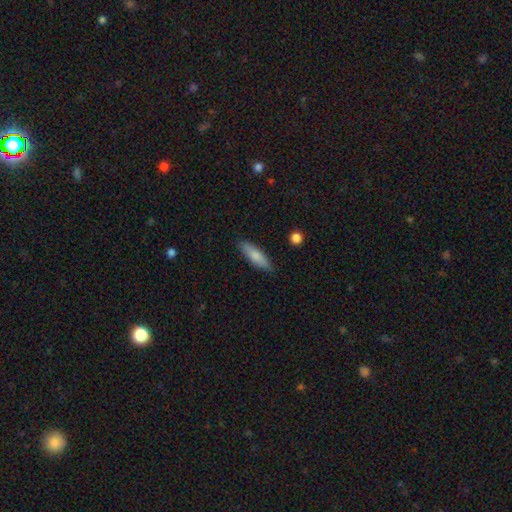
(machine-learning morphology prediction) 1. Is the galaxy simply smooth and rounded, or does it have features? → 79% smooth, 15% featured or disk, 6% star or artifact.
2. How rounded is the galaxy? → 54% cigar-shaped, 44% in between, 2% round.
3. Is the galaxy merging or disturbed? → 85% none, 12% minor disturbance, 2% major disturbance, 1% merger.